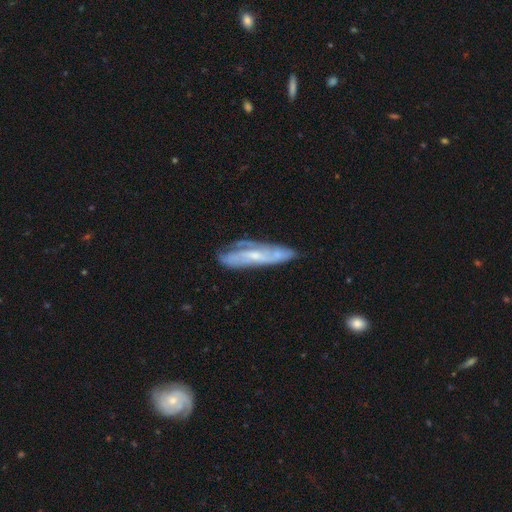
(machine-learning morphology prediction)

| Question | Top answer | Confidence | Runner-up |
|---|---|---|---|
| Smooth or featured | featured or disk | 70% | smooth (23%) |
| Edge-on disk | no | 72% | yes (28%) |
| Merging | none | 67% | minor disturbance (22%) |